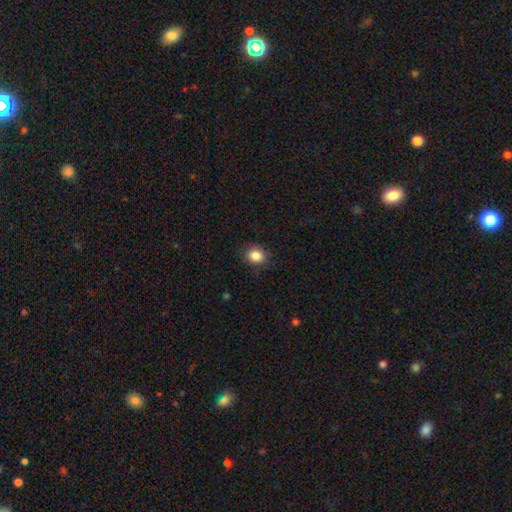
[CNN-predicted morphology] Q: Smooth or featured?
A: smooth (87%); runner-up: star or artifact (9%)
Q: How rounded?
A: round (60%); runner-up: in between (40%)
Q: Merging?
A: none (84%); runner-up: minor disturbance (12%)